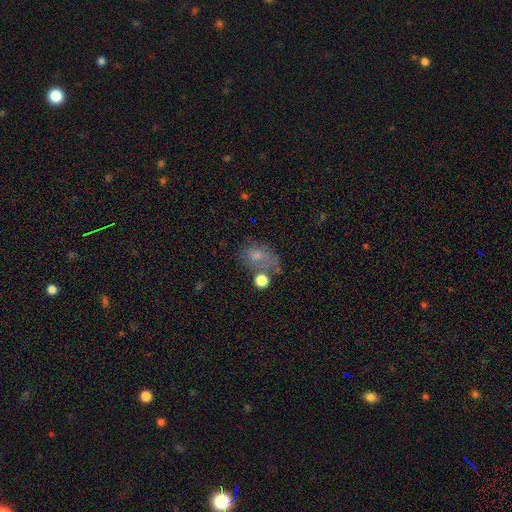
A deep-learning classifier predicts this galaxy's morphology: smooth_or_featured: smooth (p=0.54) [alt: featured or disk p=0.25]
how_rounded: in between (p=0.67) [alt: round p=0.31]
merging: none (p=0.42) [alt: minor disturbance p=0.23]